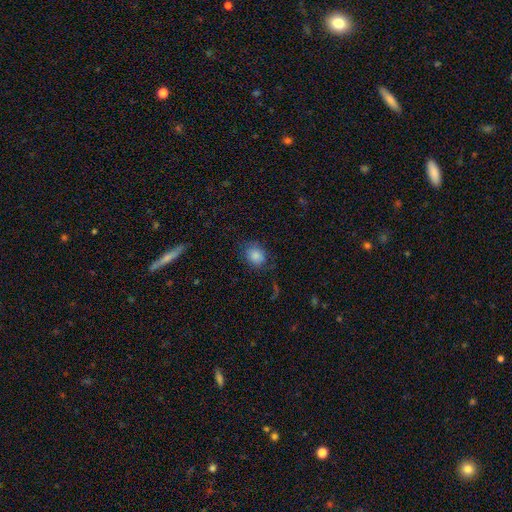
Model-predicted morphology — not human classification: This is clearly a smooth galaxy (85%). How rounded: possibly round (56%). Merging: likely none (73%).